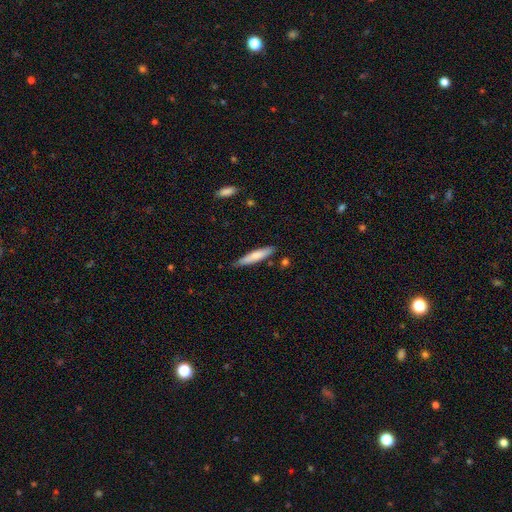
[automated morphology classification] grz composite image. It shows a smooth galaxy with no disk features (75%) that is cigar-shaped (84%). Merging: none (78%).